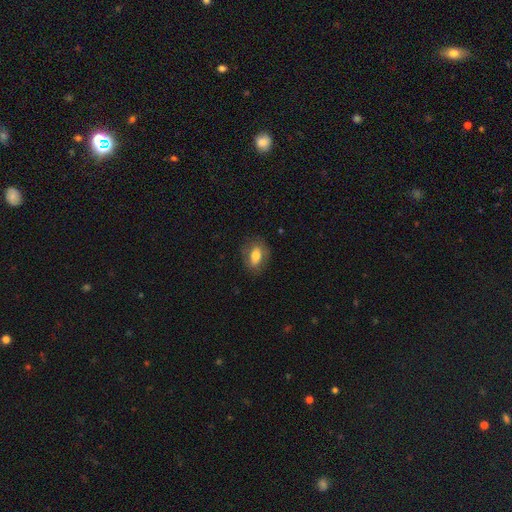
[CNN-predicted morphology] smooth 67%, featured or disk 25%, star or artifact 8%. Down the decision tree: how rounded — in between (81%); merging — none (78%).